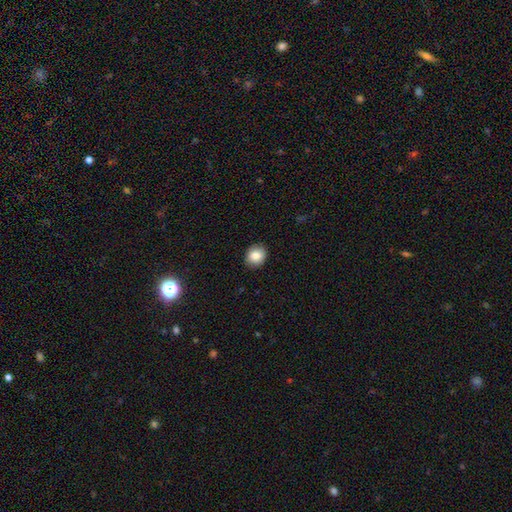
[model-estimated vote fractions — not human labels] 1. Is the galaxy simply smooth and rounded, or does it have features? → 85% smooth, 9% star or artifact, 7% featured or disk.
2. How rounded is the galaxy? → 74% round, 25% in between, 1% cigar-shaped.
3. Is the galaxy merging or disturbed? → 89% none, 8% minor disturbance, 2% major disturbance, 1% merger.